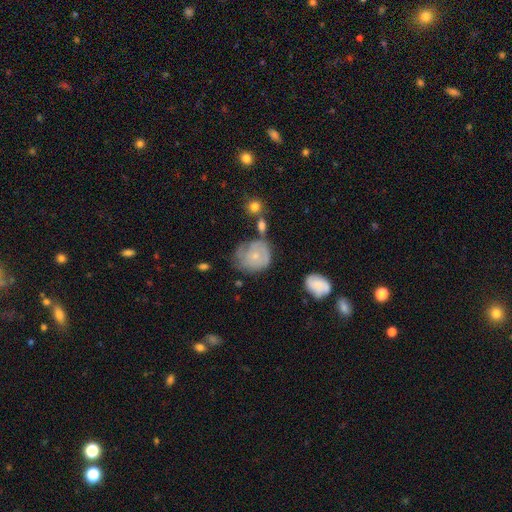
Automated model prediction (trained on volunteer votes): smooth_or_featured: featured or disk (p=0.49) [alt: smooth p=0.43]
merging: none (p=0.40) [alt: minor disturbance p=0.32]